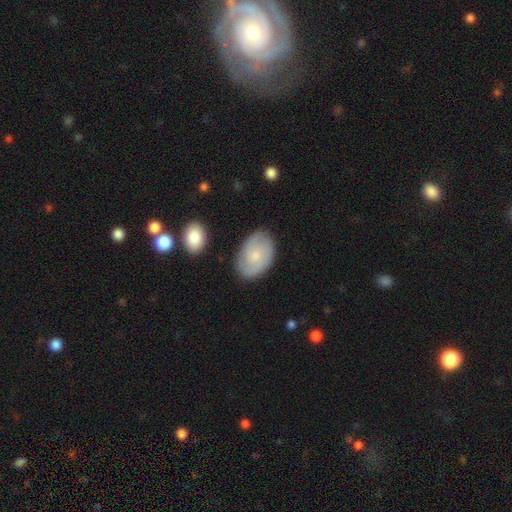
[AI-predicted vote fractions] smooth-or-featured: smooth: 49% | featured or disk: 45% | star or artifact: 7%
  merging: none: 79% | minor disturbance: 16% | major disturbance: 3% | merger: 2%